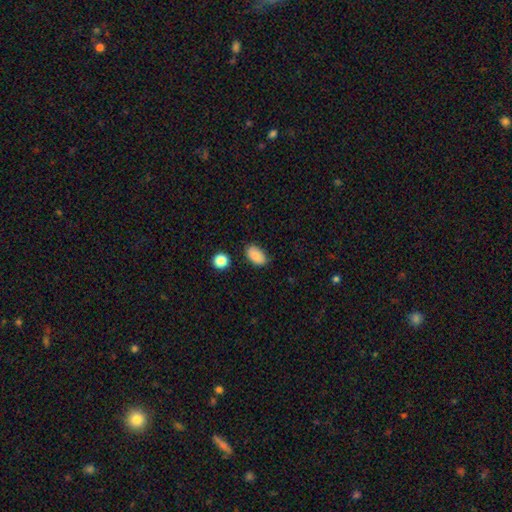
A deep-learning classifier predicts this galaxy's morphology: A smooth galaxy with no disk features (88%) that is in between round and cigar-shaped (91%). Merging: none (80%).